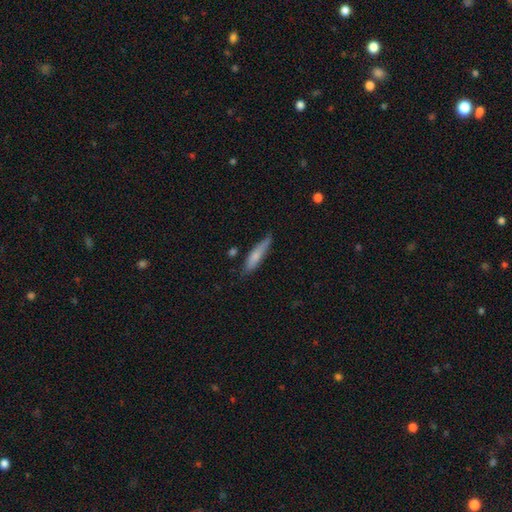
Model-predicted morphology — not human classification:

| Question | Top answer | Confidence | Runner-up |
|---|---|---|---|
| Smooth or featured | smooth | 70% | featured or disk (24%) |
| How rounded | cigar-shaped | 83% | in between (15%) |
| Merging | none | 70% | minor disturbance (22%) |